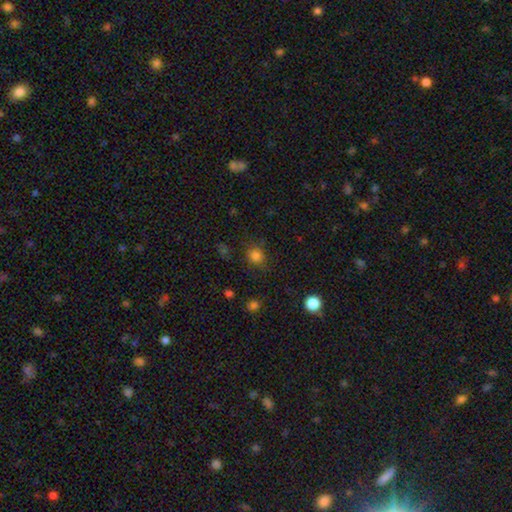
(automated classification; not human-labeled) A smooth galaxy with no disk features (80%) that is round (80%). Merging: none (80%).